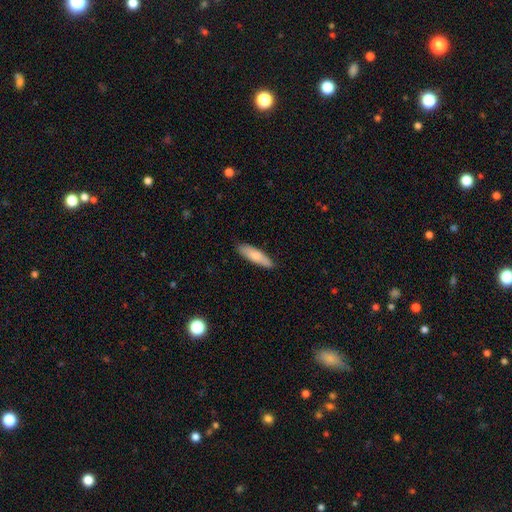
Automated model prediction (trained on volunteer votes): Q: Smooth or featured?
A: smooth (79%); runner-up: featured or disk (16%)
Q: How rounded?
A: cigar-shaped (61%); runner-up: in between (37%)
Q: Merging?
A: none (86%); runner-up: minor disturbance (11%)